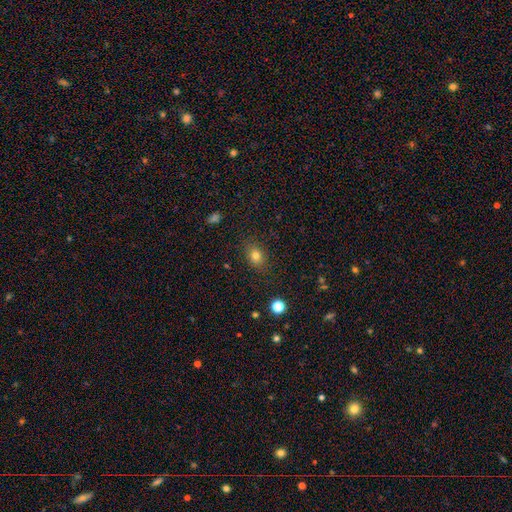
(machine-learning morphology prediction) A smooth galaxy with no disk features (79%) that is in between round and cigar-shaped (57%). Merging: none (83%).